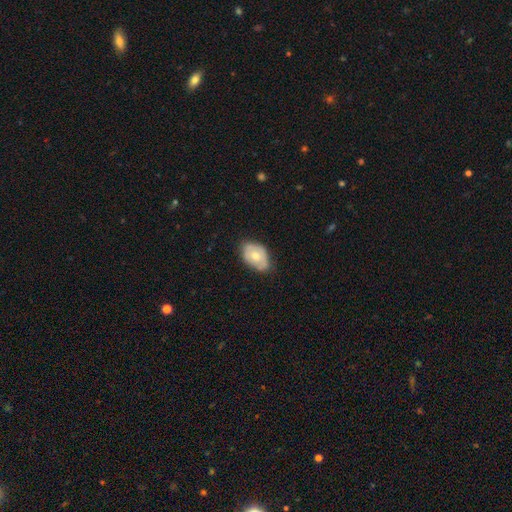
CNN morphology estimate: smooth-or-featured: smooth: 58% | featured or disk: 36% | star or artifact: 6%
  how-rounded: in between: 86% | round: 13% | cigar-shaped: 1%
  merging: none: 63% | minor disturbance: 30% | major disturbance: 5% | merger: 2%